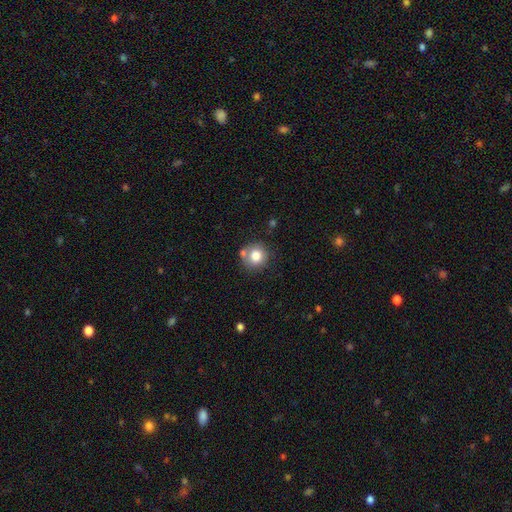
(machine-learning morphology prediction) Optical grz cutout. It shows a smooth galaxy with no disk features (80%) that is round (89%). Merging: none (66%).